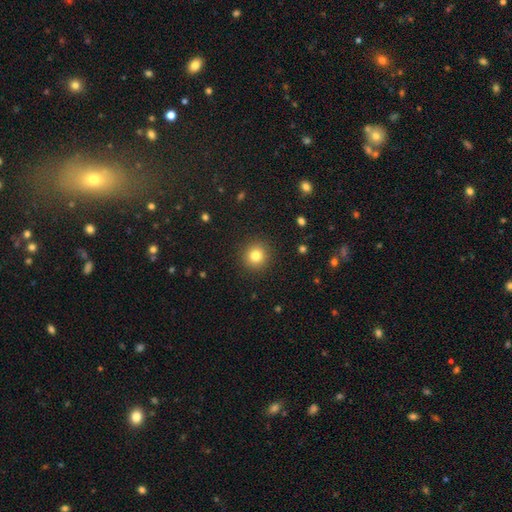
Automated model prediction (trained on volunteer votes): A smooth galaxy with no disk features (80%) that is round (93%). Merging: none (91%).